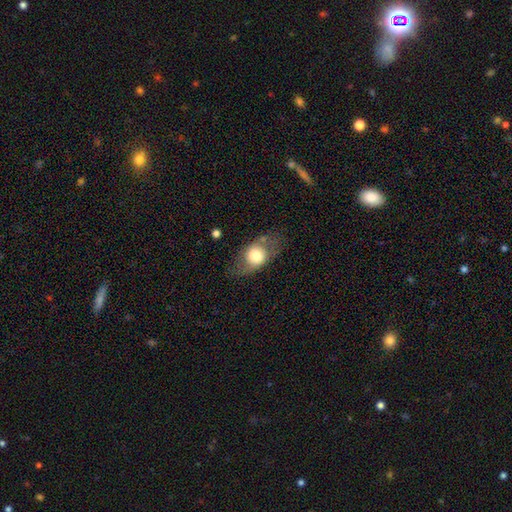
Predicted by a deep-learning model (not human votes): This appears to be a smooth galaxy with no disk features (60%) that is in between round and cigar-shaped (73%). Merging: none (69%).